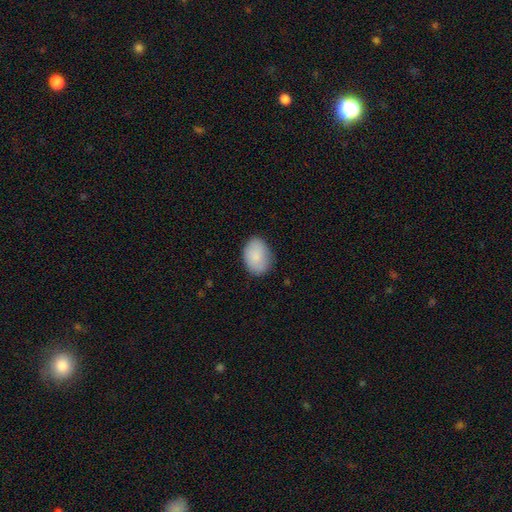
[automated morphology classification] A smooth galaxy with no disk features (87%) that is in between round and cigar-shaped (71%). Merging: none (80%).